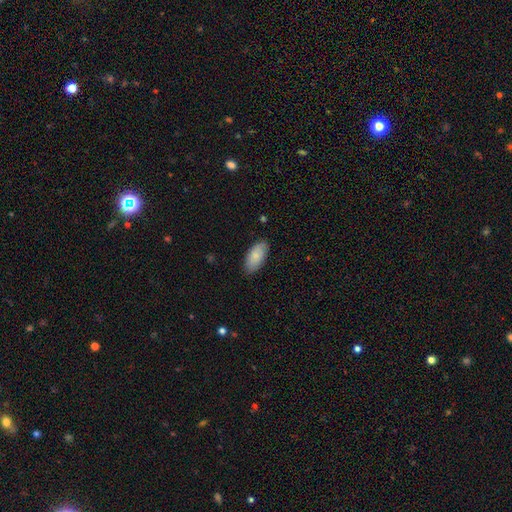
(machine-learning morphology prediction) This is clearly a smooth galaxy (80%). How rounded: clearly in between (93%). Merging: clearly none (81%).